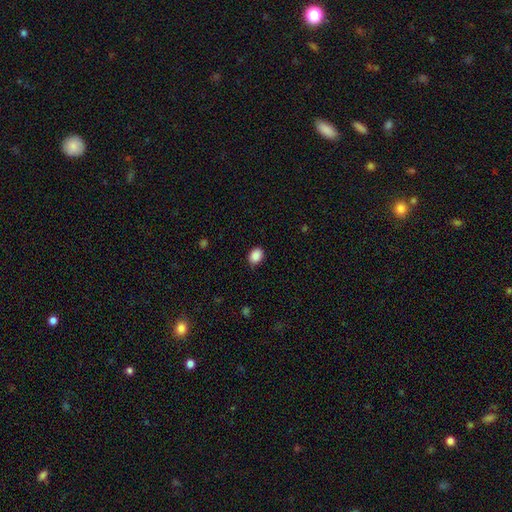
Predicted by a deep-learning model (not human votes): A smooth galaxy with no disk features (88%) that is in between round and cigar-shaped (60%). Merging: none (80%).